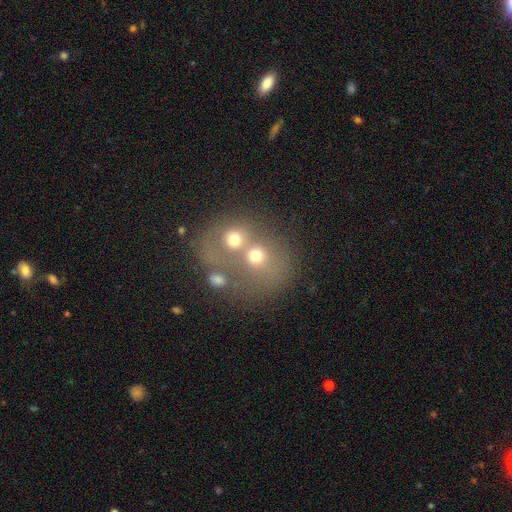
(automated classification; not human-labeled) smooth_or_featured: smooth (p=0.62) [alt: featured or disk p=0.22]
how_rounded: round (p=0.70) [alt: in between p=0.29]
merging: merger (p=0.63) [alt: none p=0.25]